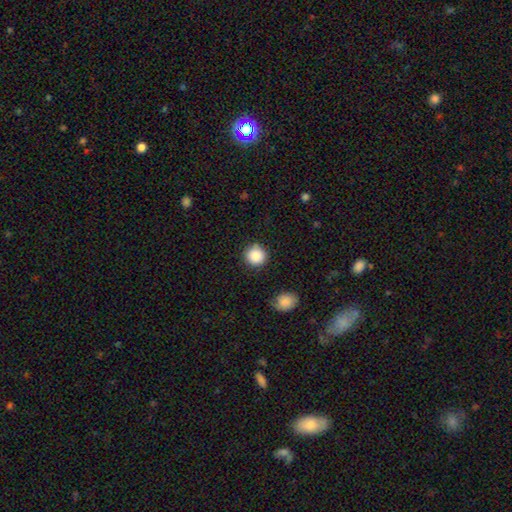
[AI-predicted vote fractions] A smooth galaxy with no disk features (87%) that is round (94%).

Vote fractions:
- Smooth or featured? smooth: 87% / star or artifact: 9% / featured or disk: 4%
- How rounded? round: 94% / in between: 5% / cigar-shaped: 1%
- Merging? none: 87% / minor disturbance: 9% / major disturbance: 3% / merger: 2%